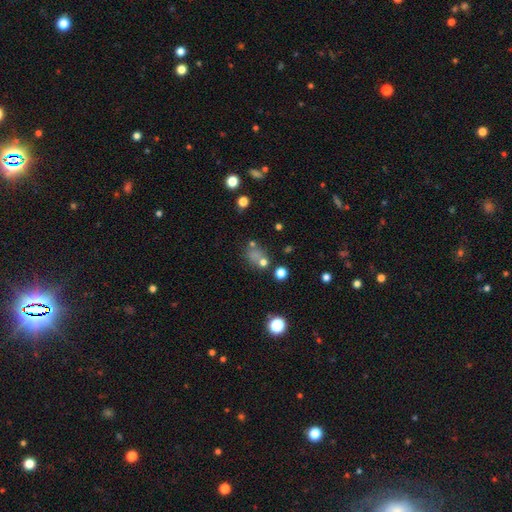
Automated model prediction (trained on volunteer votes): A smooth galaxy with no disk features (59%) that is round (56%). Merging: none (57%).